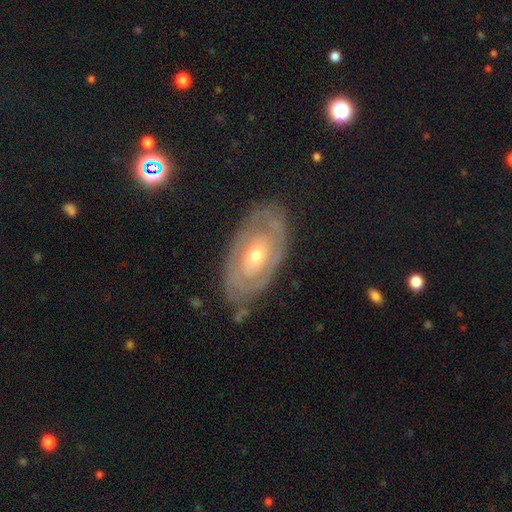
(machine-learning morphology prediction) Smooth or featured? Predicted: featured or disk (p=0.78). Edge-on disk? Predicted: no (p=0.92). Bar? Predicted: no (p=0.75). Spiral arms? Predicted: yes (p=0.69). Bulge size? Predicted: moderate (p=0.53). Merging? Predicted: none (p=0.76).